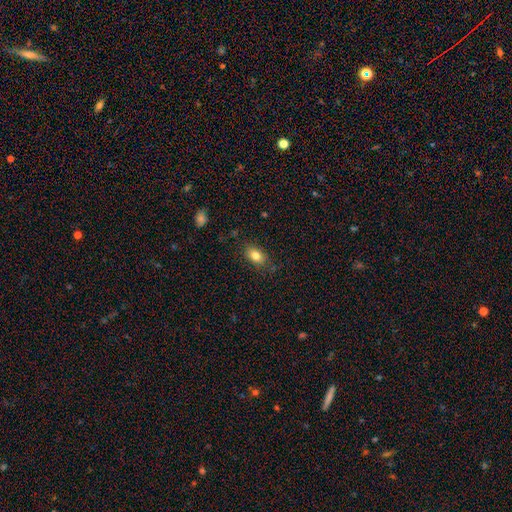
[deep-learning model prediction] This appears to be a smooth galaxy with no disk features (81%) that is in between round and cigar-shaped (84%). Merging: none (82%).